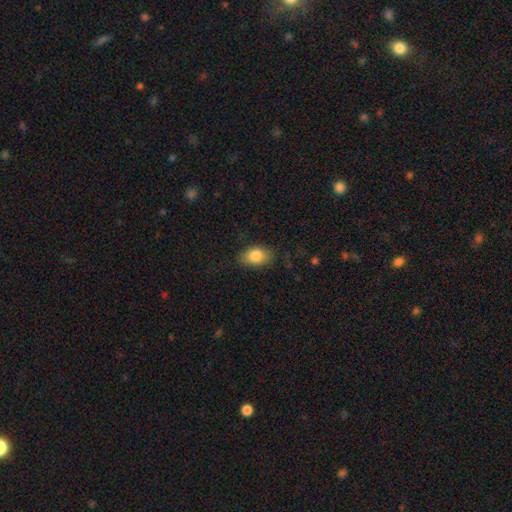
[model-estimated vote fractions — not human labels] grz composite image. It shows a smooth galaxy with no disk features (84%) that is in between round and cigar-shaped (86%). Merging: none (82%).